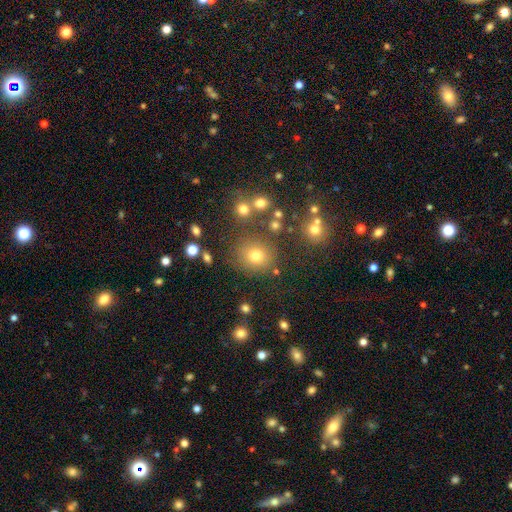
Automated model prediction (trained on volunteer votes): smooth 73%, star or artifact 19%, featured or disk 8%. Down the decision tree: how rounded — round (86%); merging — none (79%).